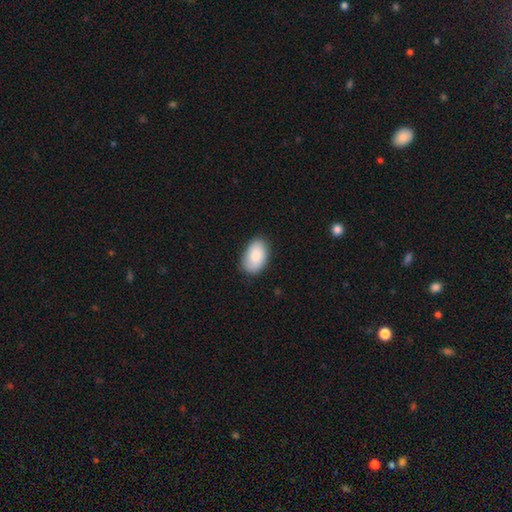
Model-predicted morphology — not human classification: smooth-or-featured: smooth: 86% | featured or disk: 8% | star or artifact: 6%
  how-rounded: in between: 92% | round: 7% | cigar-shaped: 1%
  merging: none: 82% | minor disturbance: 14% | major disturbance: 3% | merger: 1%